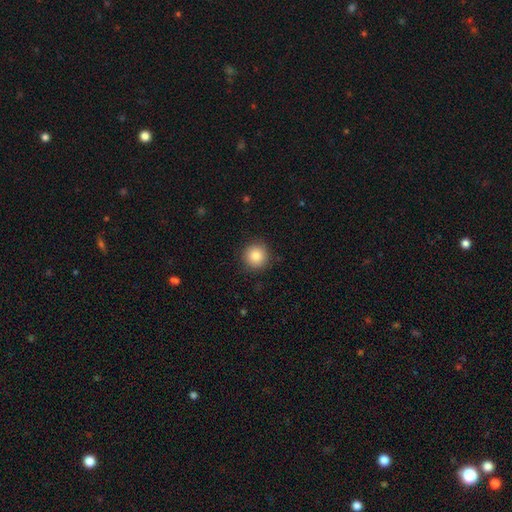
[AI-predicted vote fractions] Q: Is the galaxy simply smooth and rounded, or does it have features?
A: smooth — 85%.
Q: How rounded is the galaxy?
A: round — 95%.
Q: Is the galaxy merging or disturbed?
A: none — 90%.